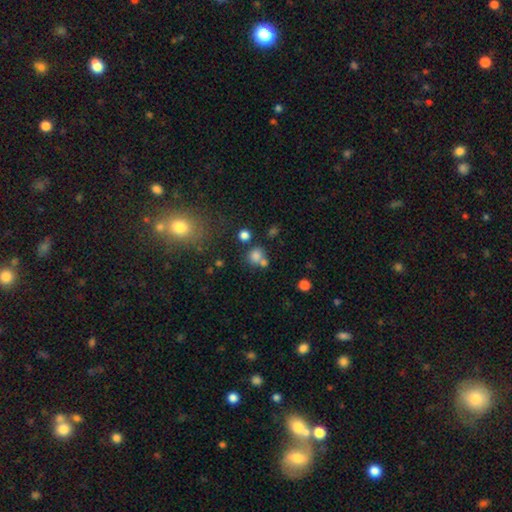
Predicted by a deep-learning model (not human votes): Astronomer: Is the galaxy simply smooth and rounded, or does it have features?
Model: smooth — 76%.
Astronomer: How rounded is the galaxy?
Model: round — 83%.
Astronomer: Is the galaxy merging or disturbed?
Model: none — 54% (runner-up: merger, 31%).